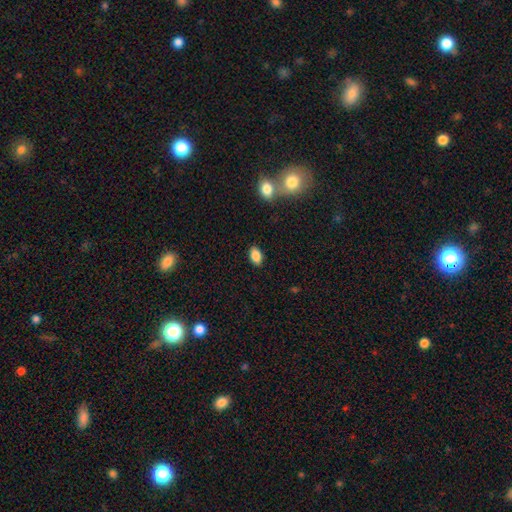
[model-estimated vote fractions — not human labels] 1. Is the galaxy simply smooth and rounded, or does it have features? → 86% smooth, 8% star or artifact, 5% featured or disk.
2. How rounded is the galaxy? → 91% in between, 7% round, 2% cigar-shaped.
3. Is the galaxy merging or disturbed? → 88% none, 9% minor disturbance, 2% major disturbance, 2% merger.